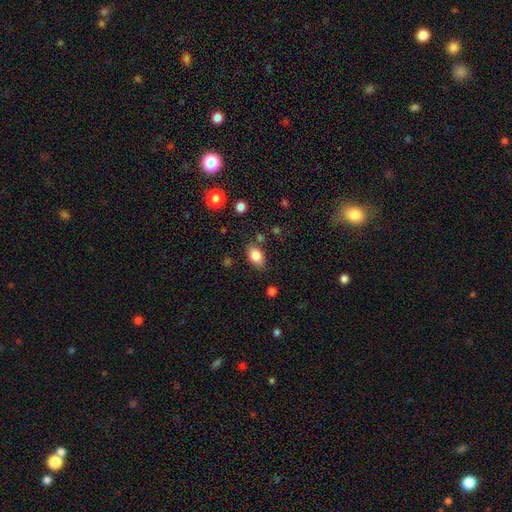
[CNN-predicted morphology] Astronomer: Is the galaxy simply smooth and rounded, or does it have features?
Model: smooth — 83%.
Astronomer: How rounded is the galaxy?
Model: in between — 84%.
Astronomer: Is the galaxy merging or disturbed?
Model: none — 77%.